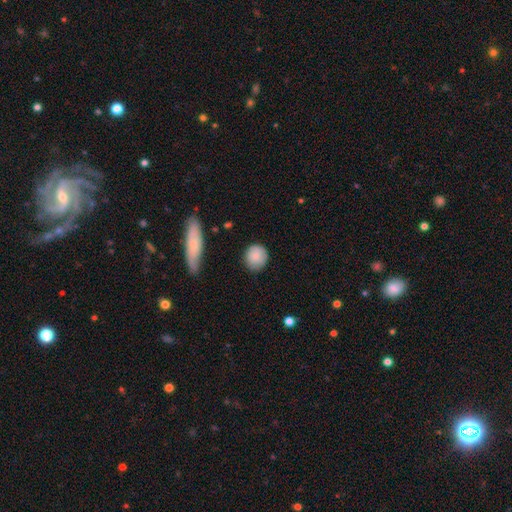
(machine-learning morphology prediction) Q: Smooth or featured?
A: smooth (86%); runner-up: featured or disk (7%)
Q: How rounded?
A: round (88%); runner-up: in between (11%)
Q: Merging?
A: none (82%); runner-up: minor disturbance (13%)